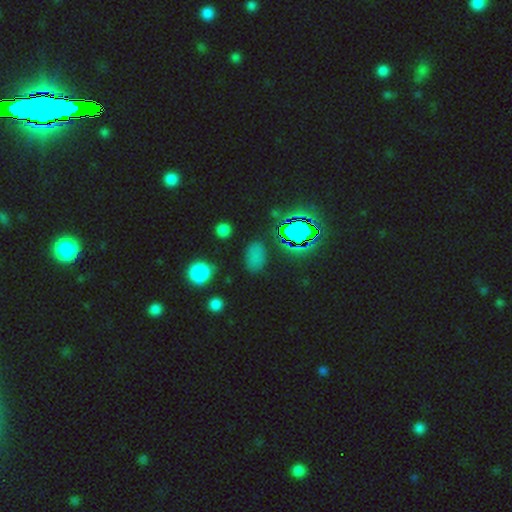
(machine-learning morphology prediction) type=smooth (65%); roundness=in between (82%); merging=none (82%).